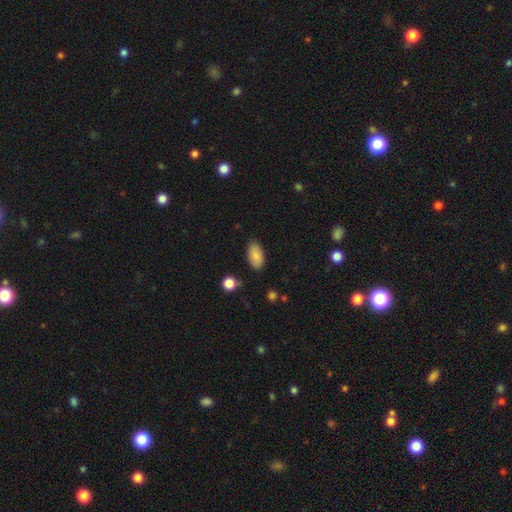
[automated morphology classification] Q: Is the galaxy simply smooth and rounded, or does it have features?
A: smooth — 84%.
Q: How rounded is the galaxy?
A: in between — 94%.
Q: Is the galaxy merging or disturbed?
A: none — 84%.